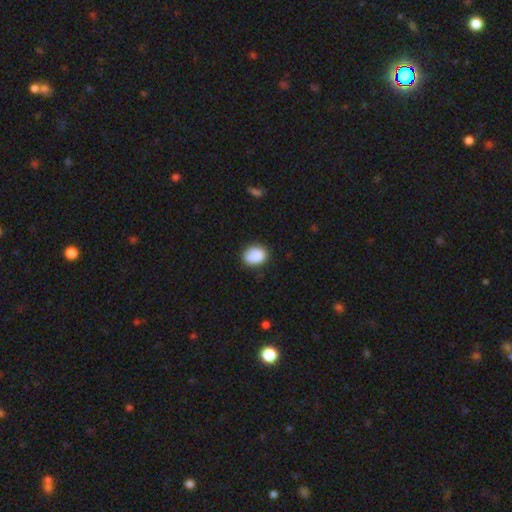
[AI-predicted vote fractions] A smooth galaxy with no disk features (86%) that is in between round and cigar-shaped (62%). Merging: none (73%).